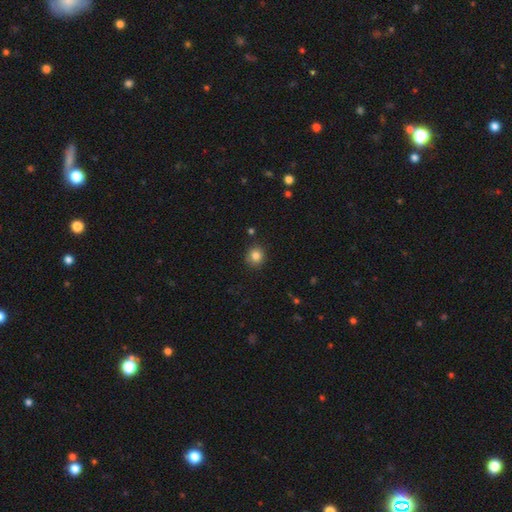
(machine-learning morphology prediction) smooth-or-featured: smooth: 84% | star or artifact: 11% | featured or disk: 5%
  how-rounded: round: 85% | in between: 14% | cigar-shaped: 1%
  merging: none: 87% | minor disturbance: 9% | major disturbance: 2% | merger: 2%